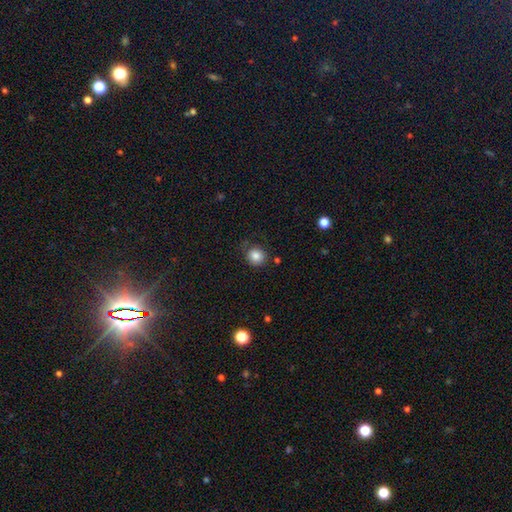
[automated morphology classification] A smooth galaxy with no disk features (84%) that is round (88%).

Vote fractions:
- Smooth or featured? smooth: 84% / star or artifact: 10% / featured or disk: 5%
- How rounded? round: 88% / in between: 11% / cigar-shaped: 1%
- Merging? none: 79% / minor disturbance: 14% / major disturbance: 4% / merger: 3%